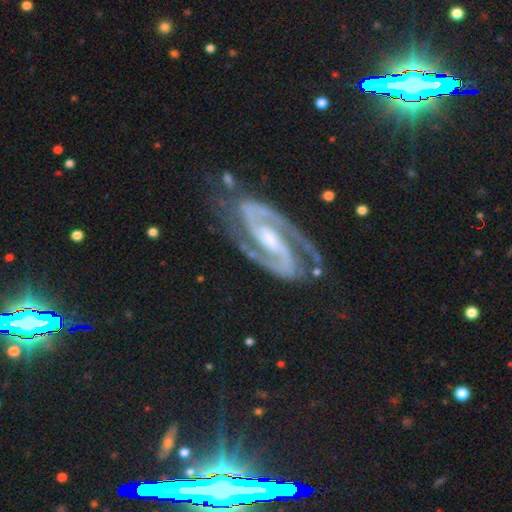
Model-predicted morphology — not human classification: smooth-or-featured: featured or disk: 91% | star or artifact: 6% | smooth: 3%
  disk-edge-on: no: 97% | yes: 3%
    bar: strong: 42% | weak: 37% | no: 21%
    has-spiral-arms: yes: 99% | no: 1%
      spiral-winding: medium: 55% | tight: 36% | loose: 9%
      spiral-arm-count: 2: 94% | can't tell: 1% | 3: 1% | 1: 1% | 4: 1% | more than 4: 1%
    bulge-size: small: 52% | moderate: 36% | none: 6% | large: 4% | dominant: 1%
  merging: none: 78% | minor disturbance: 14% | major disturbance: 6% | merger: 2%